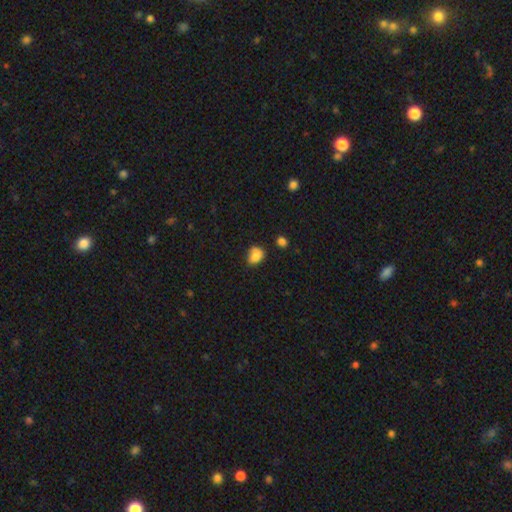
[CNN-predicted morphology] This is clearly a smooth galaxy (82%). How rounded: possibly in between (59%). Merging: possibly none (51%).